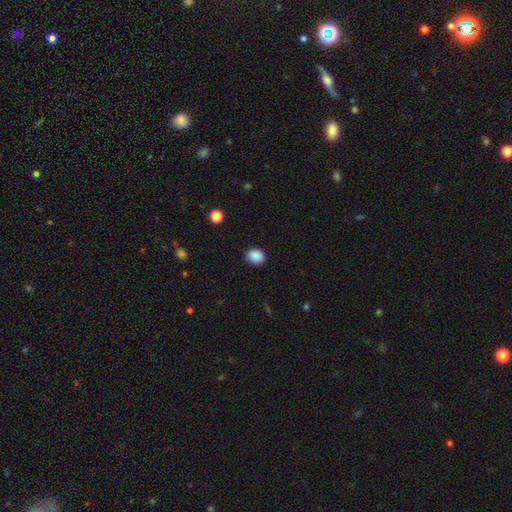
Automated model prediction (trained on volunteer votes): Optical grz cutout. It shows a smooth galaxy with no disk features (89%) that is in between round and cigar-shaped (60%). Merging: none (88%).